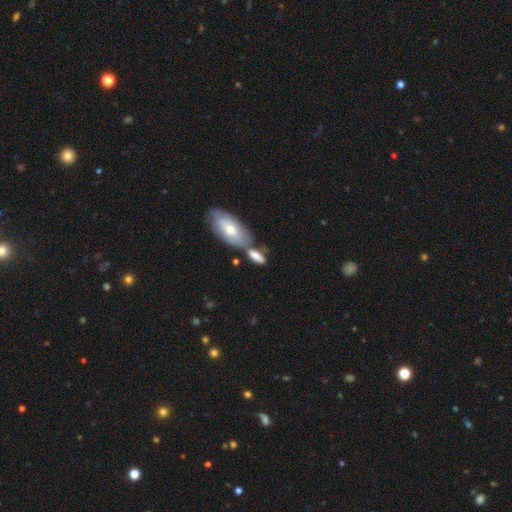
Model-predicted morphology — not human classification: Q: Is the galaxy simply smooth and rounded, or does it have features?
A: smooth — 75%.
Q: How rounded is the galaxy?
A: in between — 80%.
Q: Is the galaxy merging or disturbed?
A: none — 43%.